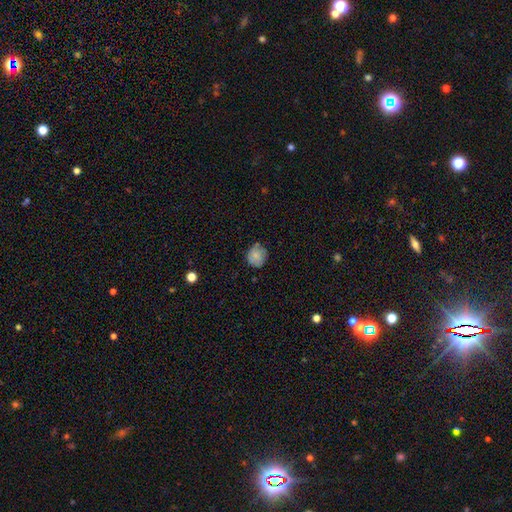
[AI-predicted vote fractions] Overall: smooth (75%). How rounded: round (80%). Merging: none (69%).